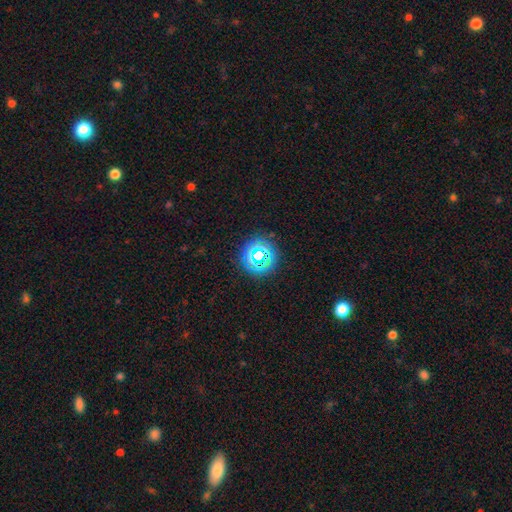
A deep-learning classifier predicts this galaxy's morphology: smooth 64%, star or artifact 29%, featured or disk 6%. Down the decision tree: how rounded — round (94%); merging — none (93%).